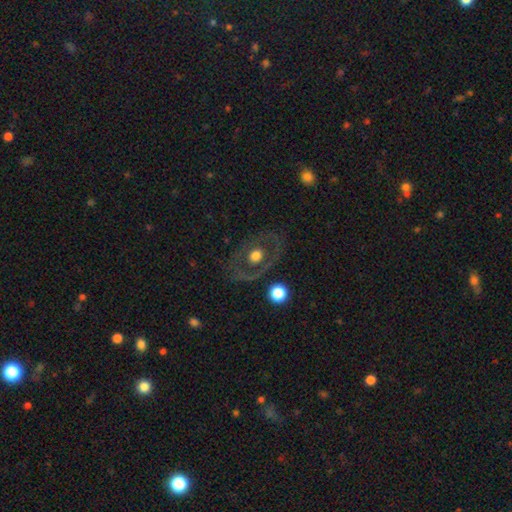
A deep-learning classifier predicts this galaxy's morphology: Q: Smooth or featured?
A: featured or disk (50%); runner-up: smooth (41%)
Q: Edge-on disk?
A: no (93%); runner-up: yes (7%)
Q: Merging?
A: none (76%); runner-up: minor disturbance (13%)